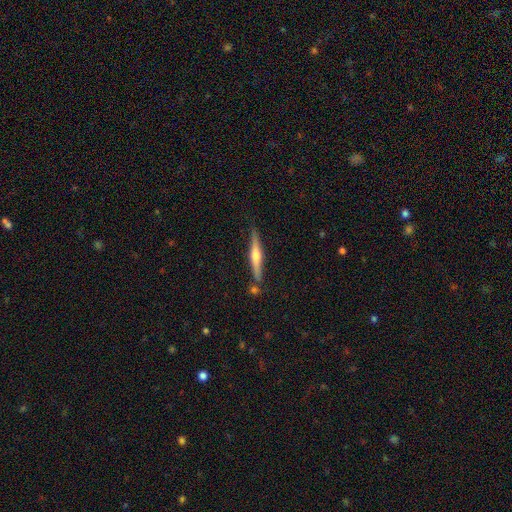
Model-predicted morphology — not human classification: This appears to be a featured or disk galaxy (62%) viewed edge-on (97%) with a rounded central bulge (82%). Merging: none (80%).